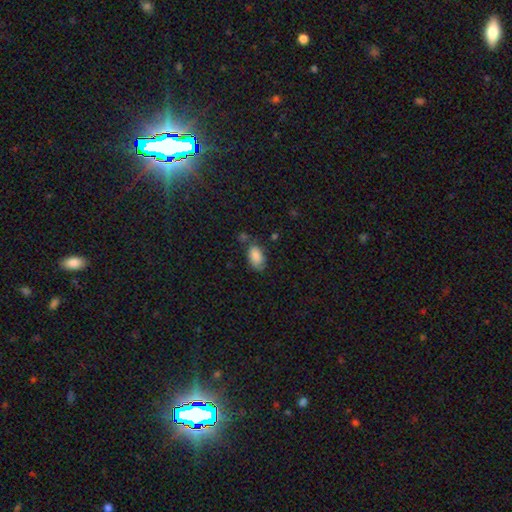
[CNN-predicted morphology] A smooth galaxy with no disk features (84%) that is in between round and cigar-shaped (93%).

Vote fractions:
- Smooth or featured? smooth: 84% / featured or disk: 8% / star or artifact: 8%
- How rounded? in between: 93% / round: 5% / cigar-shaped: 2%
- Merging? none: 59% / minor disturbance: 25% / merger: 9% / major disturbance: 7%